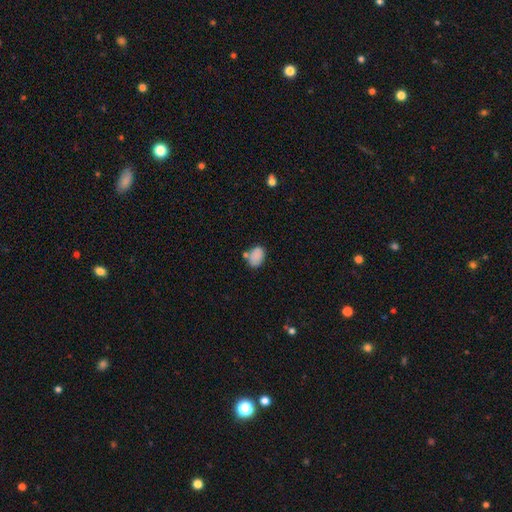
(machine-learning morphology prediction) A smooth galaxy with no disk features (86%) that is in between round and cigar-shaped (81%). Merging: none (63%).